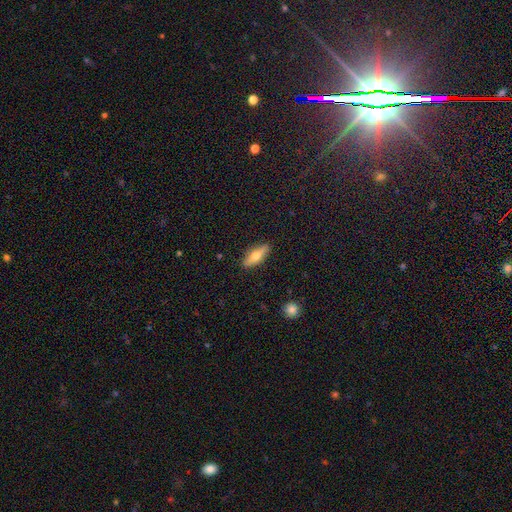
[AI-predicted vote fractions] Smooth or featured? smooth (55%)
How rounded? in between (50%)
Merging? none (89%)